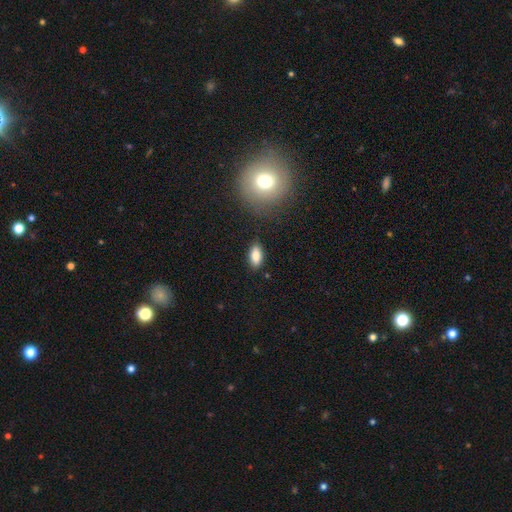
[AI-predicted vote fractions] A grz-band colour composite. It shows a smooth galaxy with no disk features (82%) that is in between round and cigar-shaped (87%). Merging: none (86%).